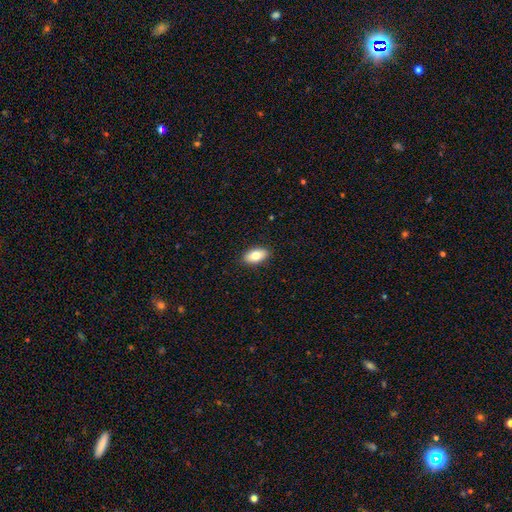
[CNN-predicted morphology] This is likely a smooth galaxy (80%). How rounded: clearly in between (92%). Merging: clearly none (89%).